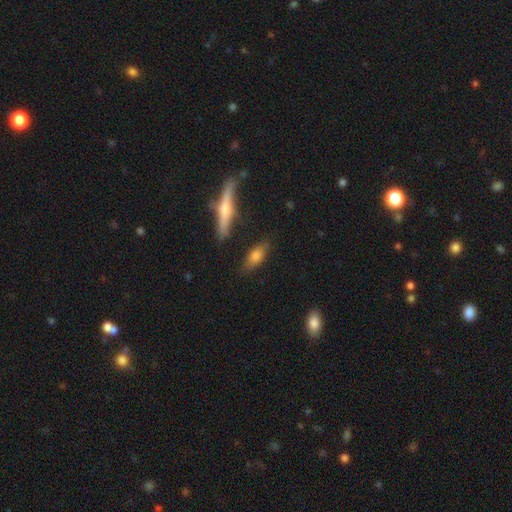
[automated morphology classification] Smooth or featured? smooth (70%)
How rounded? in between (68%)
Merging? none (76%)